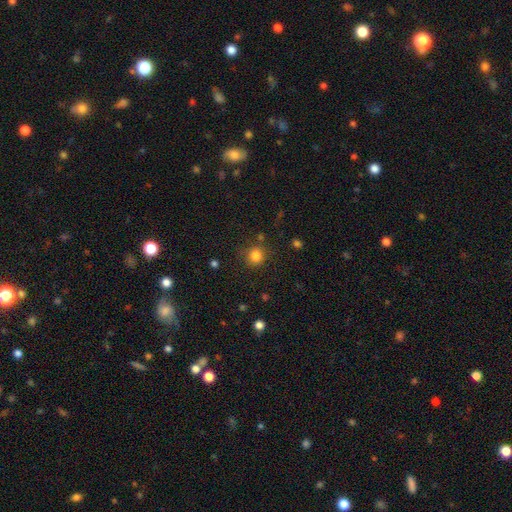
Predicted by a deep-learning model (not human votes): smooth-or-featured: smooth: 83% | star or artifact: 13% | featured or disk: 5%
  how-rounded: round: 91% | in between: 8% | cigar-shaped: 1%
  merging: none: 83% | minor disturbance: 9% | merger: 4% | major disturbance: 3%